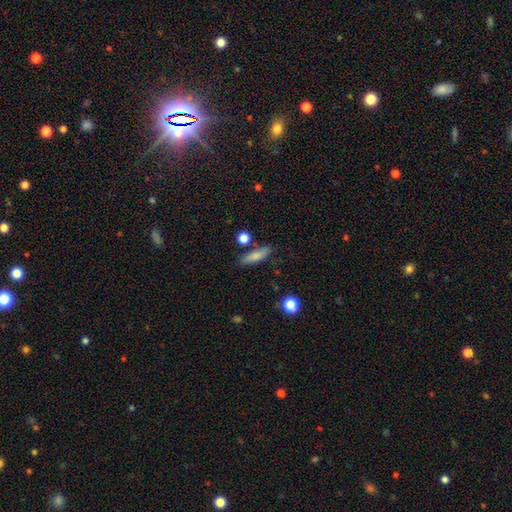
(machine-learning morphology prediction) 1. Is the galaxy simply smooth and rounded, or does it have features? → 77% smooth, 16% featured or disk, 8% star or artifact.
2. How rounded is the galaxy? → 61% cigar-shaped, 35% in between, 4% round.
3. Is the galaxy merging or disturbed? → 78% none, 13% minor disturbance, 6% merger, 3% major disturbance.